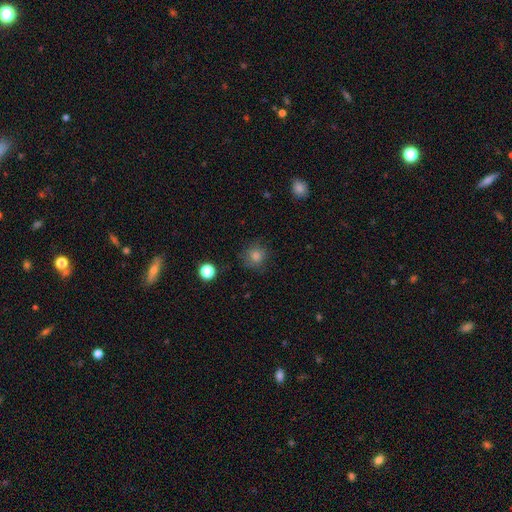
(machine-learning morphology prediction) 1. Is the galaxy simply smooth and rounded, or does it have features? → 74% smooth, 17% star or artifact, 9% featured or disk.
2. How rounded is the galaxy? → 90% round, 9% in between, 1% cigar-shaped.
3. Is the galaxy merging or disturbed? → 82% none, 13% minor disturbance, 4% major disturbance, 1% merger.